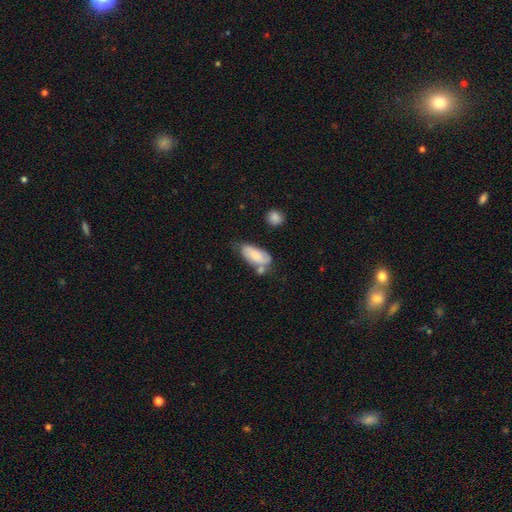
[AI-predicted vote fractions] The model was most divided on "merging": none: 42%, minor disturbance: 28%, merger: 20%, major disturbance: 10%. More confident: how rounded — in between (88%); smooth or featured — smooth (71%).